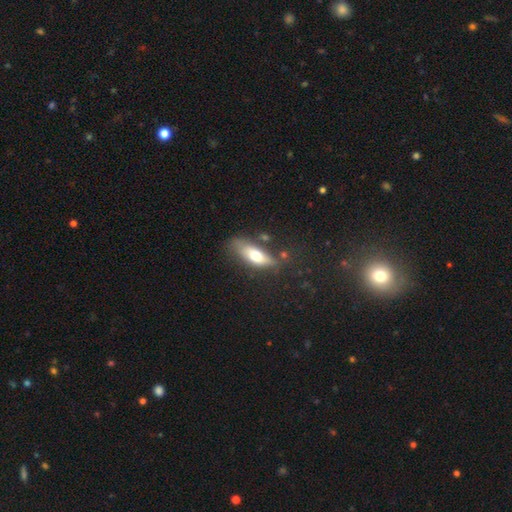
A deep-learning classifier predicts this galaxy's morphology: A smooth galaxy with no disk features (63%) that is in between round and cigar-shaped (68%).

Vote fractions:
- Smooth or featured? smooth: 63% / featured or disk: 30% / star or artifact: 7%
- How rounded? in between: 68% / cigar-shaped: 29% / round: 3%
- Merging? none: 56% / minor disturbance: 25% / major disturbance: 11% / merger: 8%